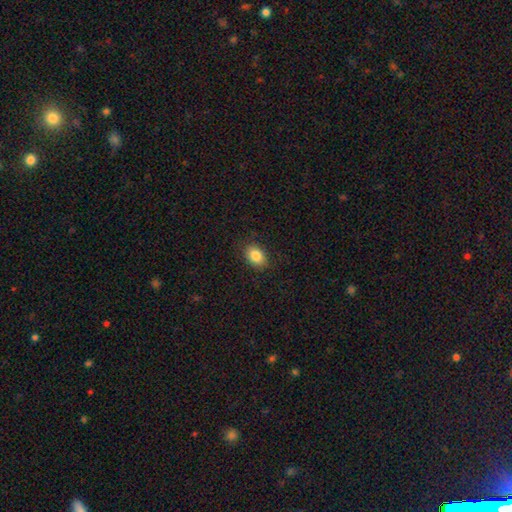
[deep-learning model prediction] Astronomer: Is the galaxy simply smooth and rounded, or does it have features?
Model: smooth — 85%.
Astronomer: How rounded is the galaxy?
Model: in between — 76%.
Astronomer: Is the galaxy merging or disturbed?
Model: none — 87%.